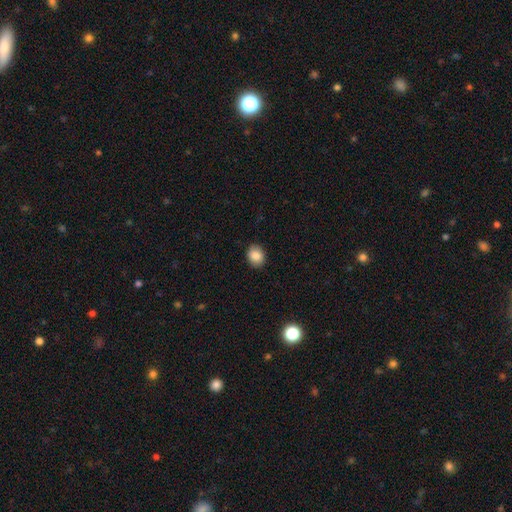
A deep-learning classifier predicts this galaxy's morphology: Overall: smooth (86%). How rounded: round (51%; in between 48%). Merging: none (88%).